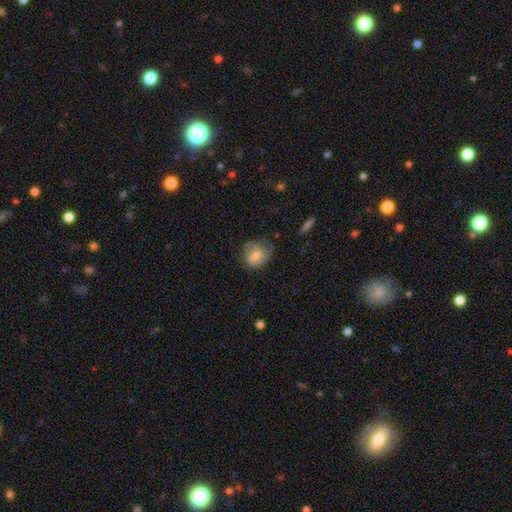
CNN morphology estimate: This is possibly a smooth galaxy (53%). How rounded: possibly round (59%). Merging: possibly none (49%).